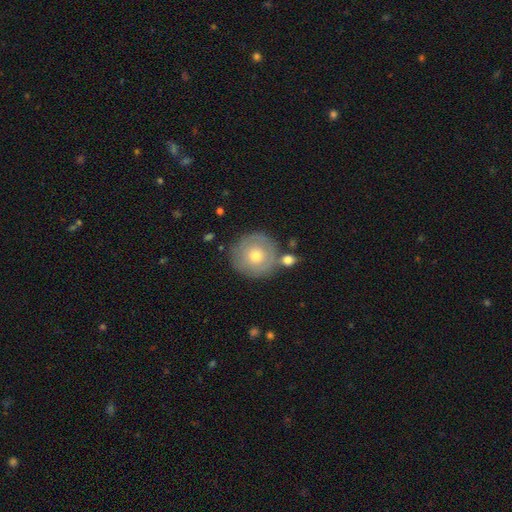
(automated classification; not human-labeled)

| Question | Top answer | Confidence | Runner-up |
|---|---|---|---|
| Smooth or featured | smooth | 58% | featured or disk (34%) |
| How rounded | round | 94% | in between (5%) |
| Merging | none | 76% | minor disturbance (13%) |